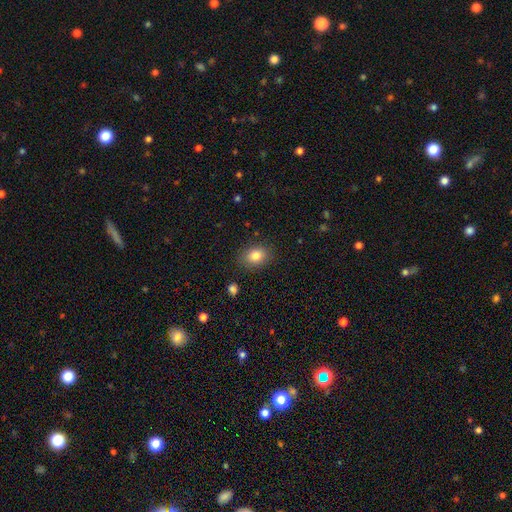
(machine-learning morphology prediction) This appears to be a smooth galaxy with no disk features (83%) that is in between round and cigar-shaped (68%). Merging: none (85%).